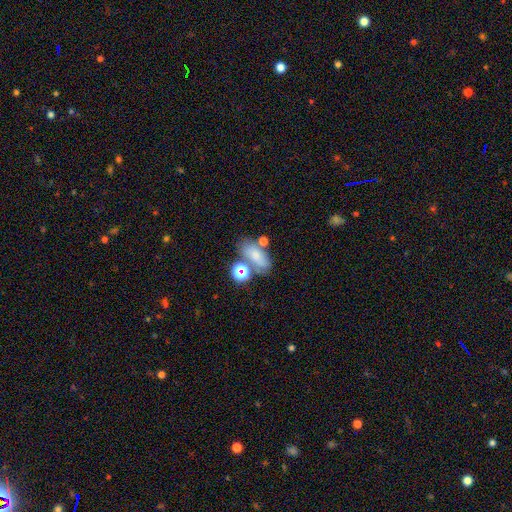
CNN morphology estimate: A smooth galaxy with no disk features (70%) that is in between round and cigar-shaped (78%).

Vote fractions:
- Smooth or featured? smooth: 70% / featured or disk: 16% / star or artifact: 14%
- How rounded? in between: 78% / round: 13% / cigar-shaped: 9%
- Merging? none: 57% / merger: 20% / minor disturbance: 16% / major disturbance: 8%